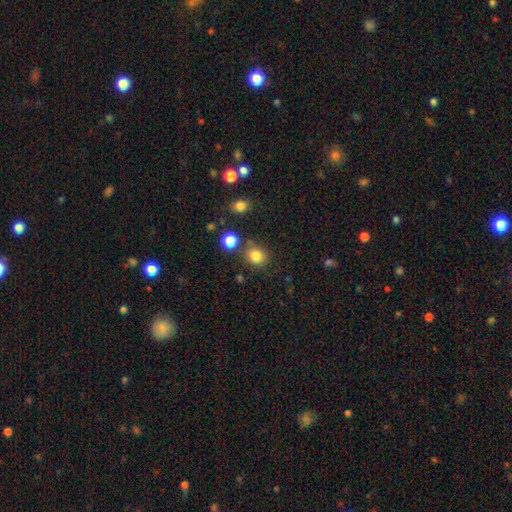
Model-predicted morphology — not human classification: smooth_or_featured: smooth (p=0.83) [alt: star or artifact p=0.12]
how_rounded: round (p=0.75) [alt: in between p=0.24]
merging: none (p=0.75) [alt: minor disturbance p=0.11]